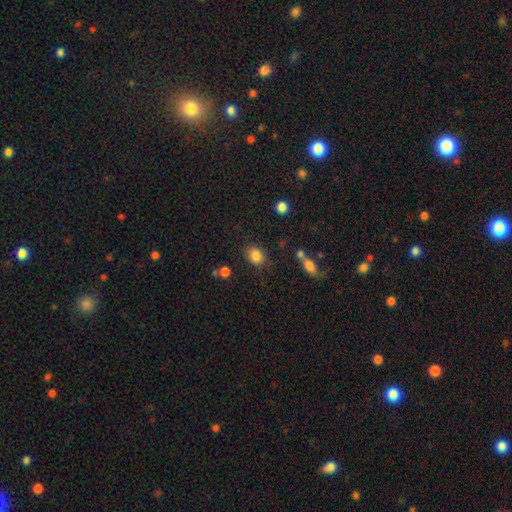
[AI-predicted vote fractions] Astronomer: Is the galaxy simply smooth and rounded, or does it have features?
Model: smooth — 85%.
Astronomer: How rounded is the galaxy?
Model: round — 49%, tied with in between at 49%.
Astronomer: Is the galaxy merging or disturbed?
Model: none — 81%.